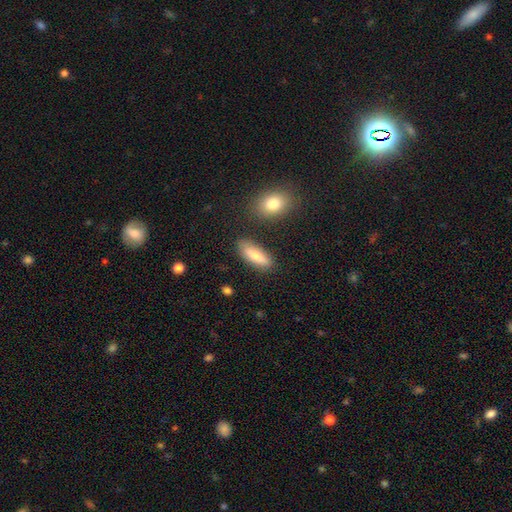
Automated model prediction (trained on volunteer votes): smooth 76%, featured or disk 18%, star or artifact 6%. Down the decision tree: how rounded — in between (64%); merging — none (82%).